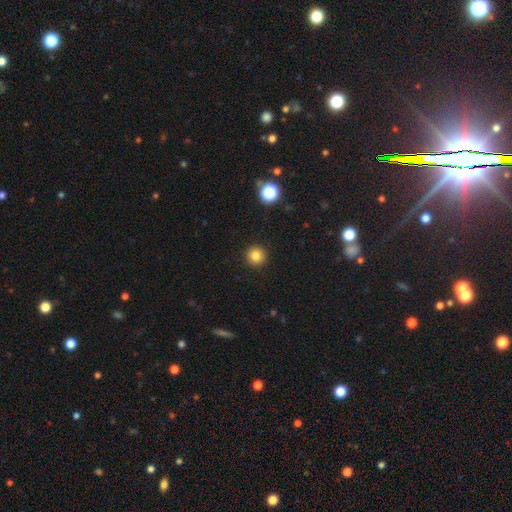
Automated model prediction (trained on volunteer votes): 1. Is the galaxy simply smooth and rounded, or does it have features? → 84% smooth, 12% star or artifact, 5% featured or disk.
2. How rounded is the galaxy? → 95% round, 4% in between, 1% cigar-shaped.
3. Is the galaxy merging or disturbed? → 93% none, 4% minor disturbance, 2% major disturbance, 1% merger.